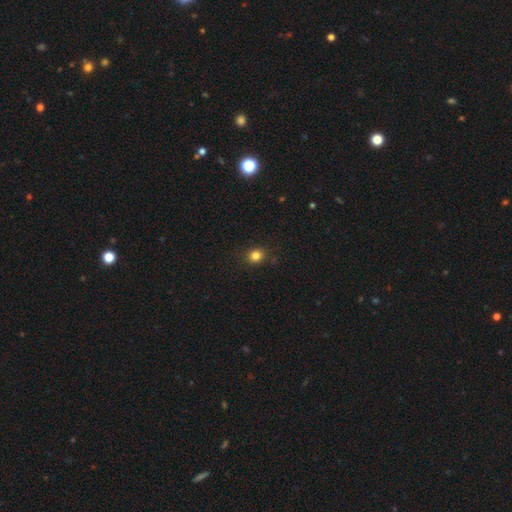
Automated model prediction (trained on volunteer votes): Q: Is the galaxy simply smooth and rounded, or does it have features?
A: smooth — 82%.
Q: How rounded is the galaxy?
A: round — 70%.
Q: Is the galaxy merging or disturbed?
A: none — 86%.